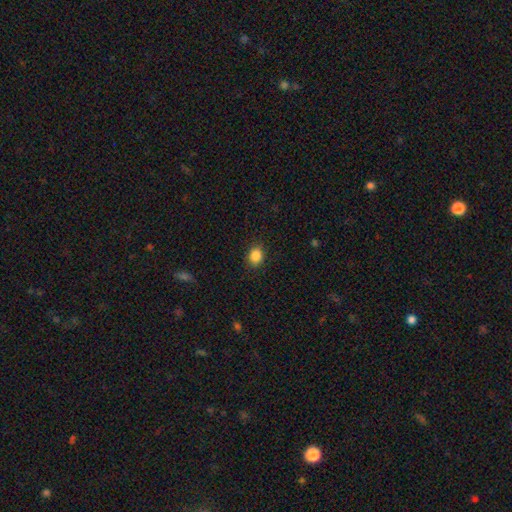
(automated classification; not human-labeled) smooth_or_featured: smooth (p=0.87) [alt: star or artifact p=0.10]
how_rounded: round (p=0.57) [alt: in between p=0.42]
merging: none (p=0.88) [alt: minor disturbance p=0.09]